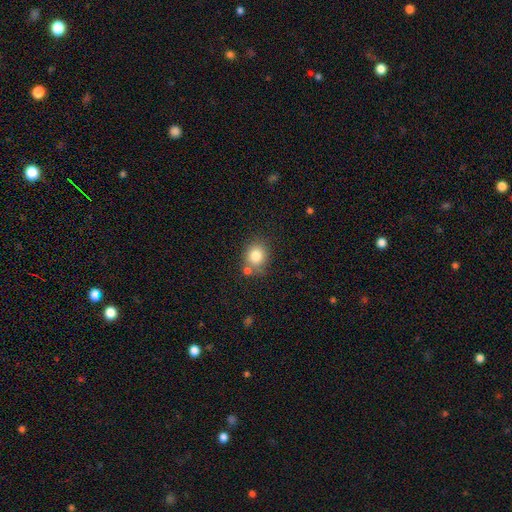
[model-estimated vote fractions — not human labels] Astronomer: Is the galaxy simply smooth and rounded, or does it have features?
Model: smooth — 81%.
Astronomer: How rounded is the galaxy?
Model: round — 76%.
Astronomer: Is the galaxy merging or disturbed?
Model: none — 65%.